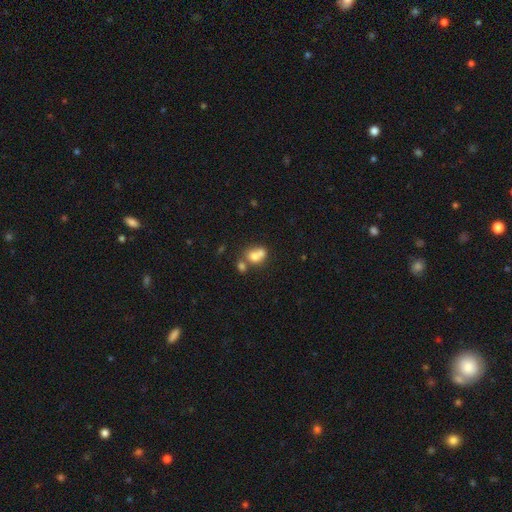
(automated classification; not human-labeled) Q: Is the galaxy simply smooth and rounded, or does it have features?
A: smooth — 69%.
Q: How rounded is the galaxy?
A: round — 57%.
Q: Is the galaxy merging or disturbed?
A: merger — 62%.